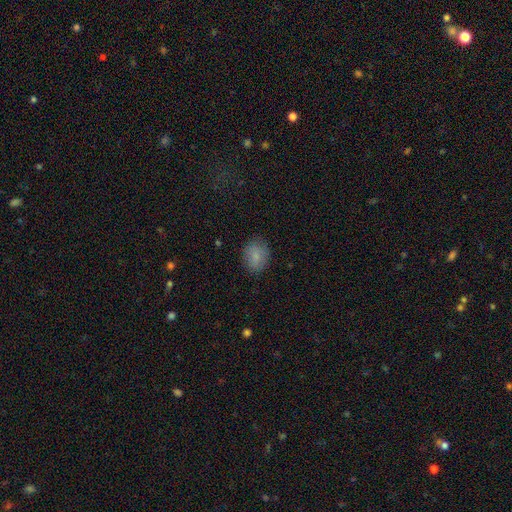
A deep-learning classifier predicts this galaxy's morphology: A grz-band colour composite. It shows a smooth galaxy with no disk features (83%) that is in between round and cigar-shaped (50%). Merging: none (82%).